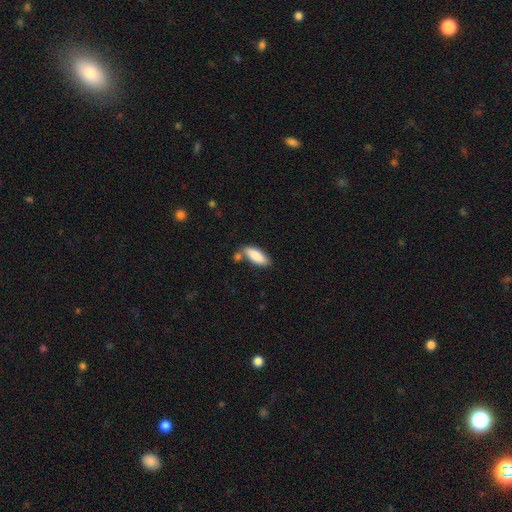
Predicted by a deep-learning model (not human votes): smooth-or-featured: smooth: 84% | featured or disk: 9% | star or artifact: 6%
  how-rounded: in between: 78% | cigar-shaped: 21% | round: 2%
  merging: none: 61% | minor disturbance: 18% | merger: 16% | major disturbance: 4%